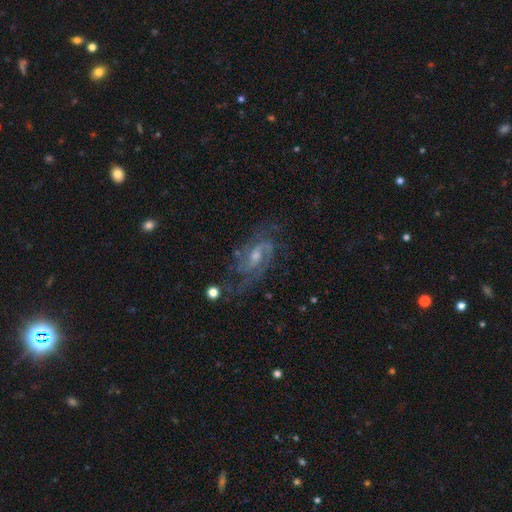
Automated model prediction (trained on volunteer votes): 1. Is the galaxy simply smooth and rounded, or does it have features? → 88% featured or disk, 6% star or artifact, 5% smooth.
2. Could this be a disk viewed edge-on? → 96% no, 4% yes.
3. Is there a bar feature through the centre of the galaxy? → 51% weak, 37% no, 12% strong.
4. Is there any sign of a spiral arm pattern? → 97% yes, 3% no.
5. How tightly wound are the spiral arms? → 52% medium, 34% tight, 15% loose.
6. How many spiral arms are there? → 66% 2, 13% 3, 10% can't tell, 4% 4, 3% 1, 3% more than 4.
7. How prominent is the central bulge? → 46% moderate, 45% small, 5% none, 3% large, 1% dominant.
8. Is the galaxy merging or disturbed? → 69% none, 18% minor disturbance, 11% major disturbance, 2% merger.